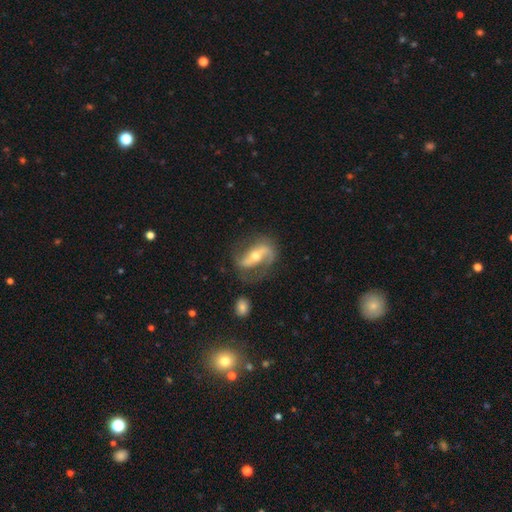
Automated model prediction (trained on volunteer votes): smooth_or_featured: featured or disk (p=0.84) [alt: smooth p=0.10]
disk_edge_on: no (p=0.92) [alt: yes p=0.08]
bar: strong (p=0.50) [alt: weak p=0.26]
has_spiral_arms: yes (p=0.92) [alt: no p=0.08]
spiral_winding: loose (p=0.52) [alt: medium p=0.35]
spiral_arm_count: 2 (p=0.88) [alt: 1 p=0.06]
bulge_size: moderate (p=0.63) [alt: small p=0.31]
merging: none (p=0.70) [alt: minor disturbance p=0.17]